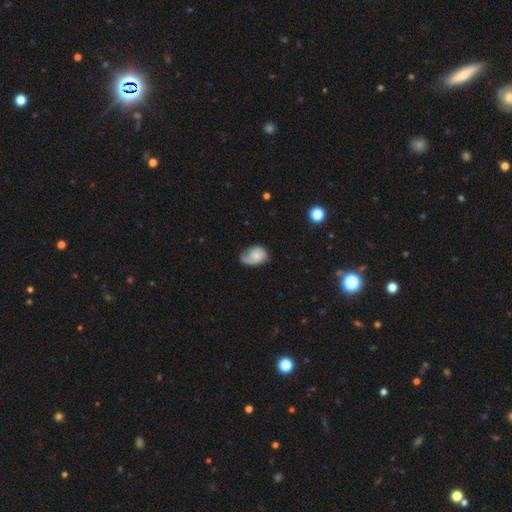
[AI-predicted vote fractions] A featured or disk galaxy (52%) with no bar (71%), spiral arms (89%) and a small central bulge (40%). Merging: none (45%).